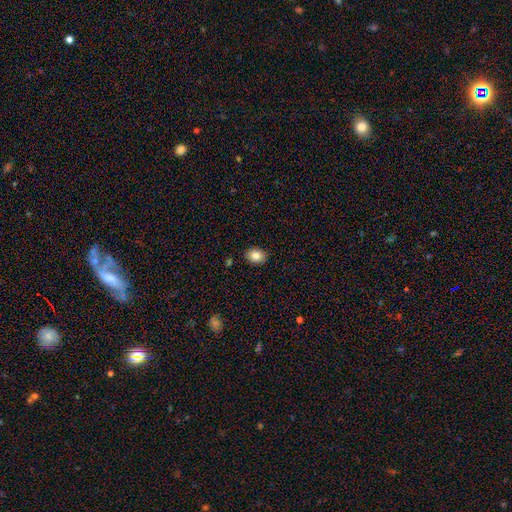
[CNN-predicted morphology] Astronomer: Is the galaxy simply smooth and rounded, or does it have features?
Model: smooth — 84%.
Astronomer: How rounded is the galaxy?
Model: in between — 63%.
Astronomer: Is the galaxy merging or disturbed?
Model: none — 89%.